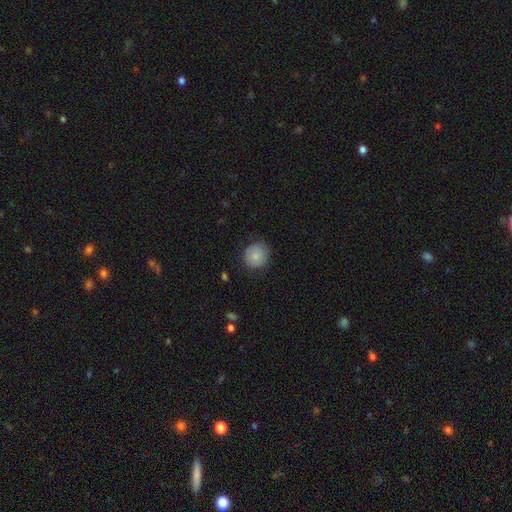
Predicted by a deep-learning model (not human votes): smooth-or-featured: smooth: 83% | featured or disk: 10% | star or artifact: 7%
  how-rounded: round: 87% | in between: 12% | cigar-shaped: 1%
  merging: none: 81% | minor disturbance: 15% | major disturbance: 3% | merger: 1%